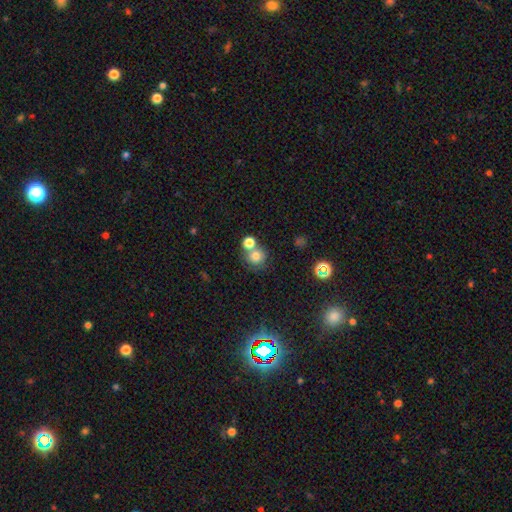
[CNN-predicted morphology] type=smooth (74%); roundness=round (88%); merging=none (52%).